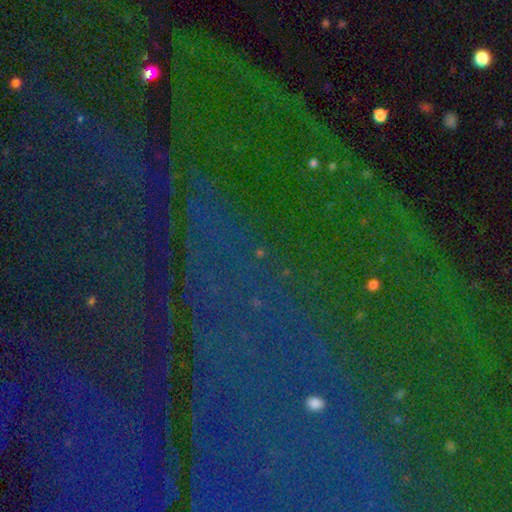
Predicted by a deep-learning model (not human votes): Smooth or featured? Predicted: star or artifact (p=0.83).